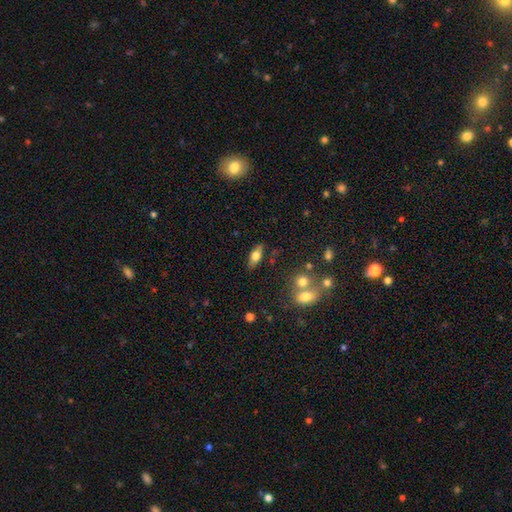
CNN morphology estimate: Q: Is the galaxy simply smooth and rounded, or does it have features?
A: smooth — 64%.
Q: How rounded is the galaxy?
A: in between — 76%.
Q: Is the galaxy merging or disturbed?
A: none — 81%.